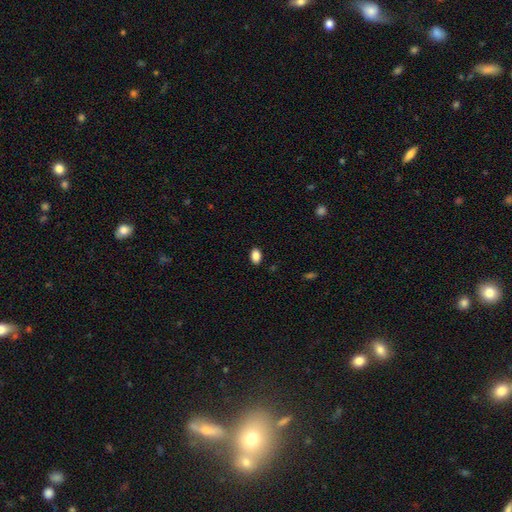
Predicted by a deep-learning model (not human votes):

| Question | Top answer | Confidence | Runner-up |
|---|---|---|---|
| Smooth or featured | smooth | 88% | star or artifact (9%) |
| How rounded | in between | 86% | round (12%) |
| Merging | none | 89% | minor disturbance (8%) |